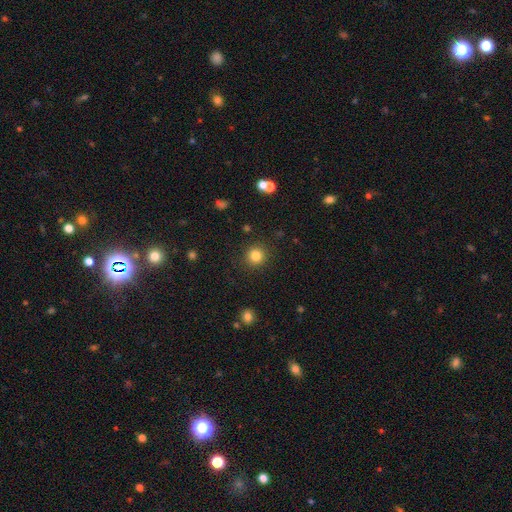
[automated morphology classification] This is clearly a smooth galaxy (83%). How rounded: clearly round (93%). Merging: clearly none (90%).